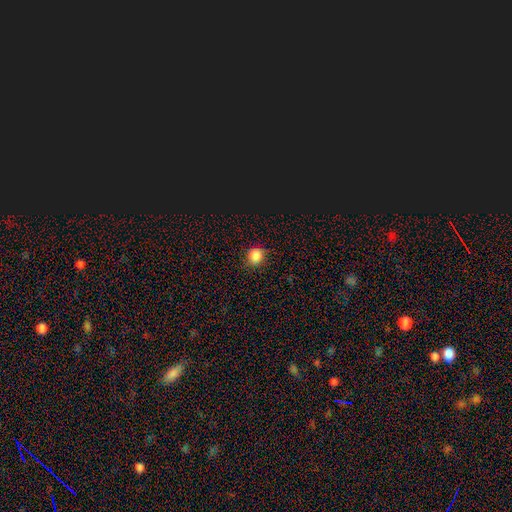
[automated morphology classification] This appears to be a smooth galaxy with no disk features (84%) that is round (81%). Merging: none (83%).